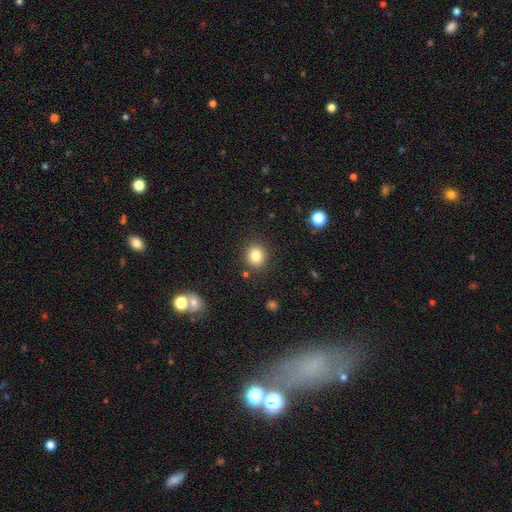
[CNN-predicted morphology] A smooth galaxy with no disk features (82%) that is round (84%).

Vote fractions:
- Smooth or featured? smooth: 82% / star or artifact: 11% / featured or disk: 6%
- How rounded? round: 84% / in between: 15% / cigar-shaped: 1%
- Merging? none: 88% / minor disturbance: 7% / merger: 2% / major disturbance: 2%